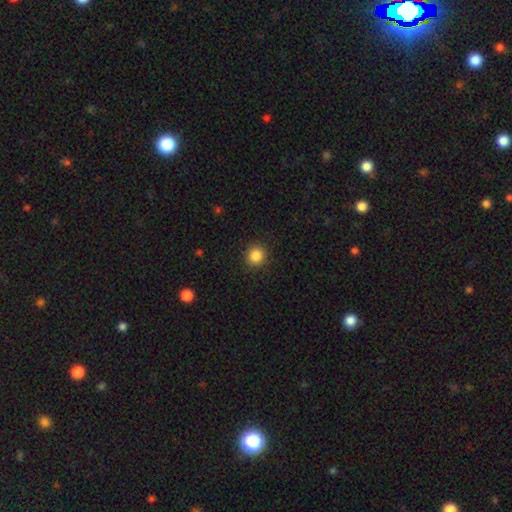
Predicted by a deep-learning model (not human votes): This is clearly a smooth galaxy (86%). How rounded: clearly round (91%). Merging: clearly none (91%).